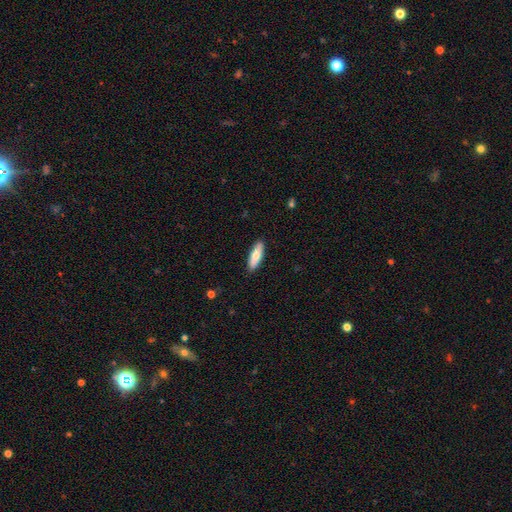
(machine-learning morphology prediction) Q: Smooth or featured?
A: smooth (71%); runner-up: featured or disk (24%)
Q: How rounded?
A: in between (51%); runner-up: cigar-shaped (47%)
Q: Merging?
A: none (89%); runner-up: minor disturbance (8%)